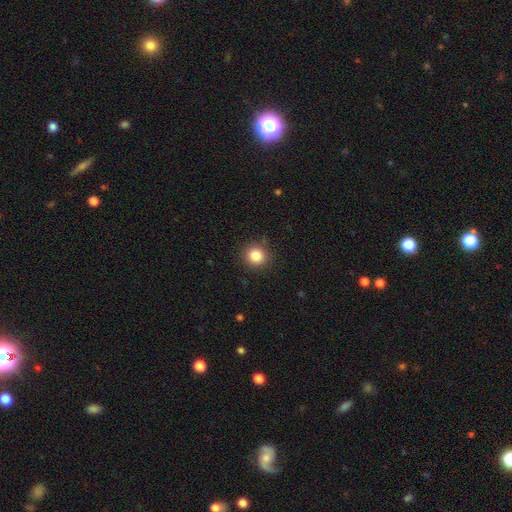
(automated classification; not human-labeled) A smooth galaxy with no disk features (85%) that is round (89%). Merging: none (88%).